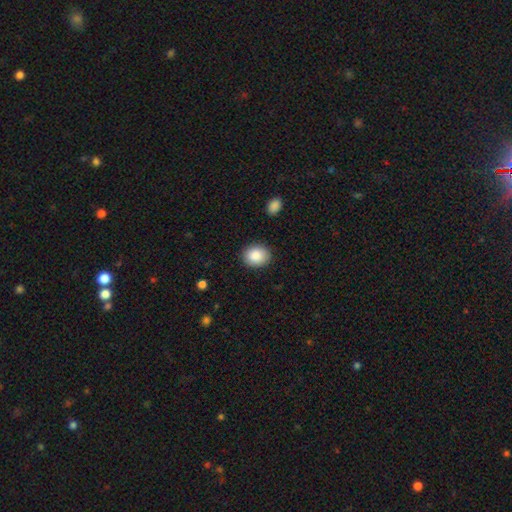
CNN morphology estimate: This appears to be a smooth galaxy with no disk features (88%) that is round (62%). Merging: none (88%).